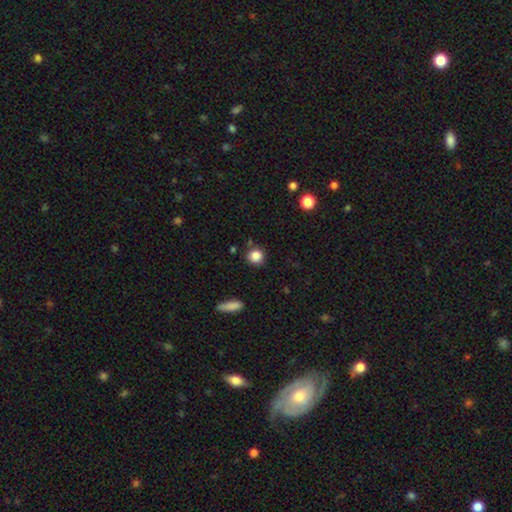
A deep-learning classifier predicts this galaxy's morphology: The model was most divided on "merging": none: 83%, minor disturbance: 10%, merger: 4%, major disturbance: 3%. More confident: how rounded — round (88%); smooth or featured — smooth (85%).